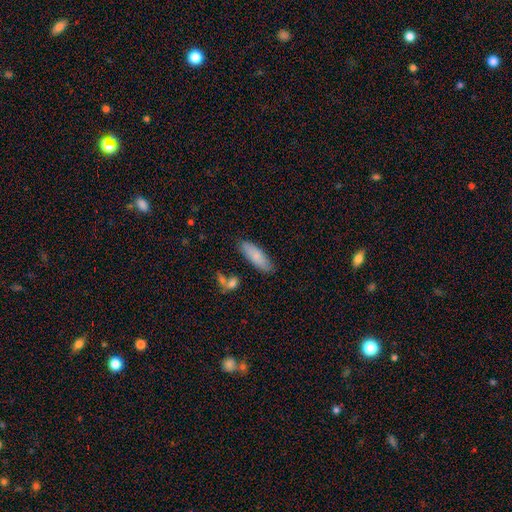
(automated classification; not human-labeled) This appears to be a smooth galaxy with no disk features (80%) that is in between round and cigar-shaped (61%). Merging: none (81%).